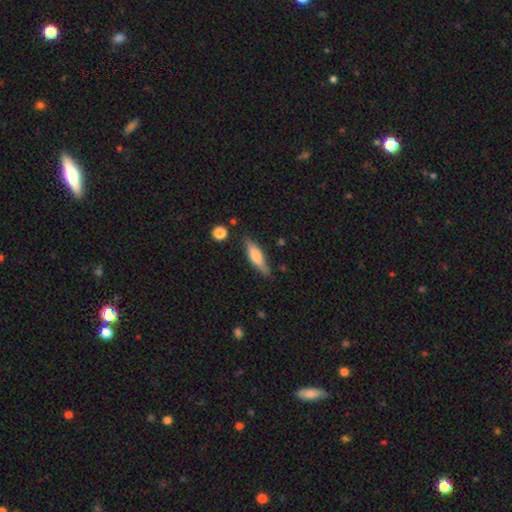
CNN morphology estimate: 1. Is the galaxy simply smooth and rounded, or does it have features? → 65% smooth, 28% featured or disk, 6% star or artifact.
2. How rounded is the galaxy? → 61% cigar-shaped, 36% in between, 2% round.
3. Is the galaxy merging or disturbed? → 74% none, 19% minor disturbance, 4% major disturbance, 3% merger.